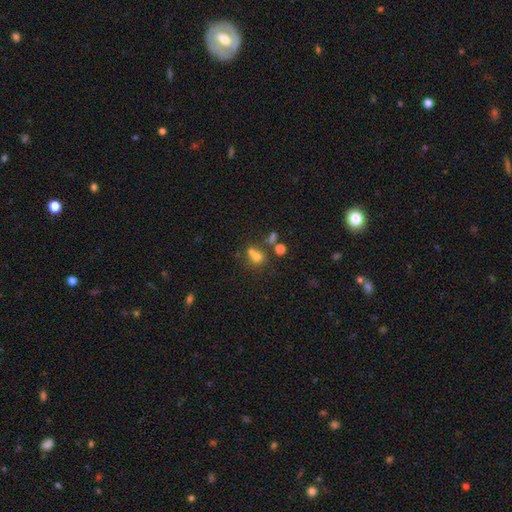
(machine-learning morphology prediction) Smooth or featured? Predicted: smooth (p=0.64). How rounded? Predicted: round (p=0.75). Merging? Predicted: merger (p=0.44).